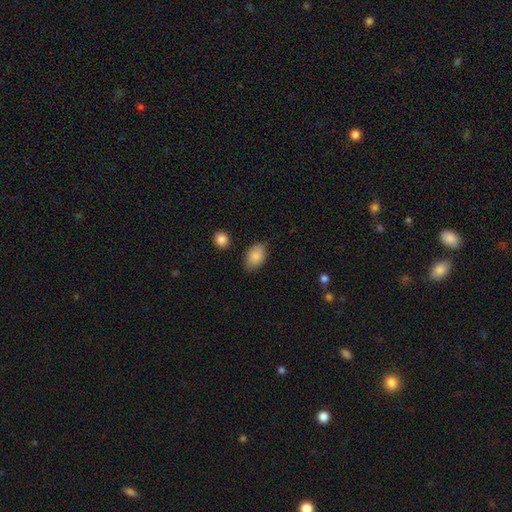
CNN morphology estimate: type=smooth (87%); roundness=in between (87%); merging=none (80%).